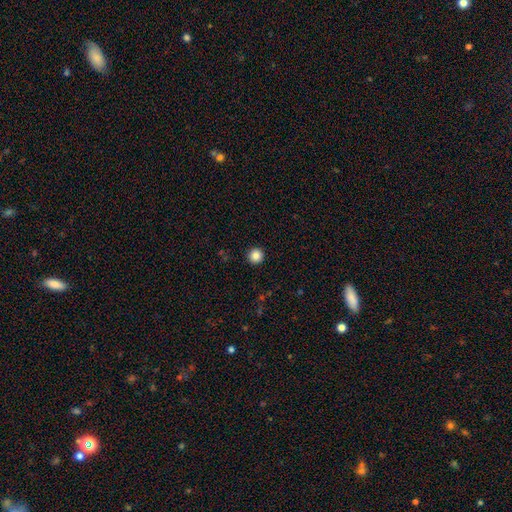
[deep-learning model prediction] smooth-or-featured: smooth: 85% | star or artifact: 11% | featured or disk: 4%
  how-rounded: round: 96% | in between: 3% | cigar-shaped: 1%
  merging: none: 93% | minor disturbance: 4% | major disturbance: 2% | merger: 1%